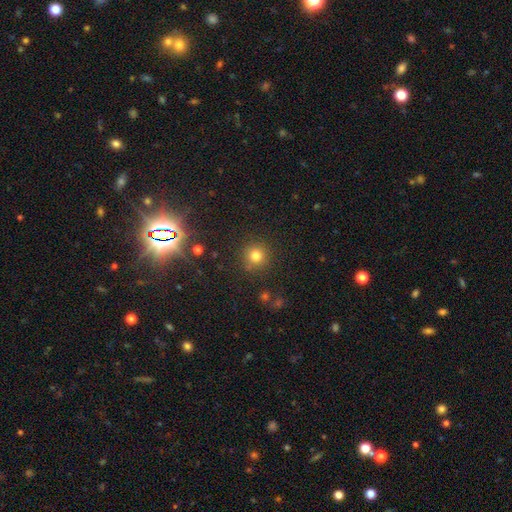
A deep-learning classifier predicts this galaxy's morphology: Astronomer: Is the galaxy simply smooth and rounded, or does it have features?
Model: smooth — 77%.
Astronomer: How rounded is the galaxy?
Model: round — 94%.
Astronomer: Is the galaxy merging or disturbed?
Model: none — 84%.